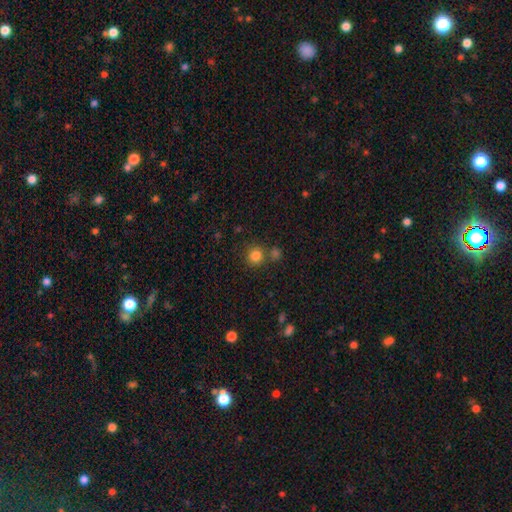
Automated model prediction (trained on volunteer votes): Smooth or featured?
  - smooth: 82% *
  - star or artifact: 13%
  - featured or disk: 5%
How rounded?
  - round: 91% *
  - in between: 8%
  - cigar-shaped: 1%
Merging?
  - none: 73% *
  - merger: 16%
  - minor disturbance: 8%
  - major disturbance: 3%